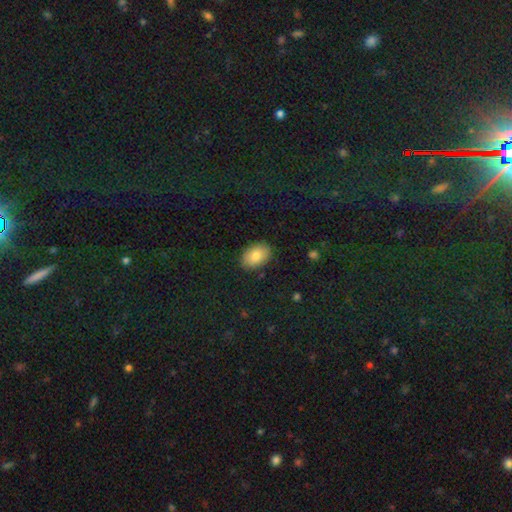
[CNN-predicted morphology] The model was most divided on "how rounded": in between: 86%, round: 13%, cigar-shaped: 1%. More confident: merging — none (87%); smooth or featured — smooth (84%).